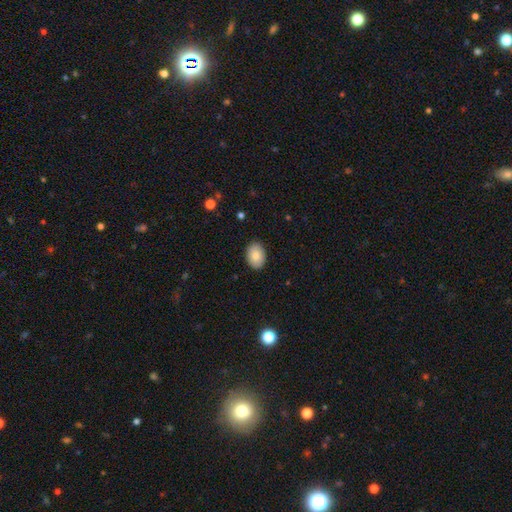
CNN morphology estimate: smooth-or-featured: smooth: 84% | featured or disk: 9% | star or artifact: 7%
  how-rounded: in between: 84% | round: 15% | cigar-shaped: 1%
  merging: none: 89% | minor disturbance: 8% | major disturbance: 2% | merger: 1%